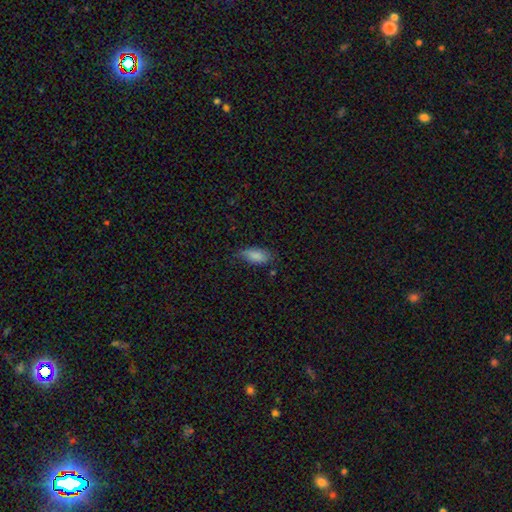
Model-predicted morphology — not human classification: A smooth galaxy with no disk features (84%) that is in between round and cigar-shaped (89%).

Vote fractions:
- Smooth or featured? smooth: 84% / featured or disk: 8% / star or artifact: 8%
- How rounded? in between: 89% / cigar-shaped: 9% / round: 2%
- Merging? none: 59% / minor disturbance: 31% / major disturbance: 8% / merger: 2%